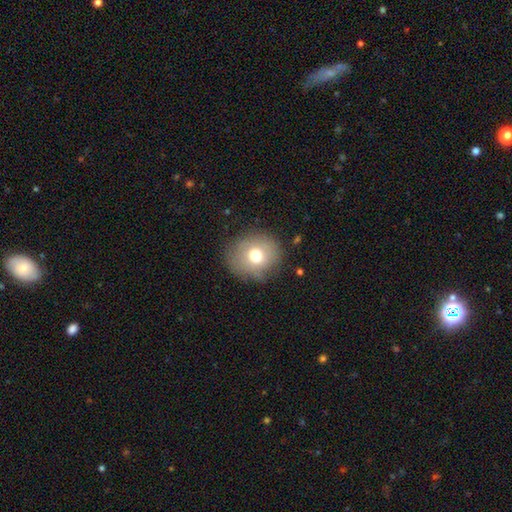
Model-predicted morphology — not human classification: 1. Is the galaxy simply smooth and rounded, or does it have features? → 70% smooth, 19% featured or disk, 11% star or artifact.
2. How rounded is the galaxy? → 81% round, 18% in between, 1% cigar-shaped.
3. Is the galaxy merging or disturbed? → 76% none, 16% minor disturbance, 6% major disturbance, 2% merger.